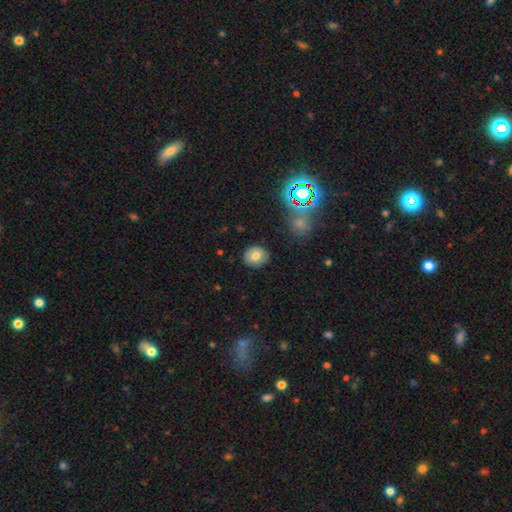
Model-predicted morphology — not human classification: type=smooth (70%); roundness=round (71%); merging=none (86%).